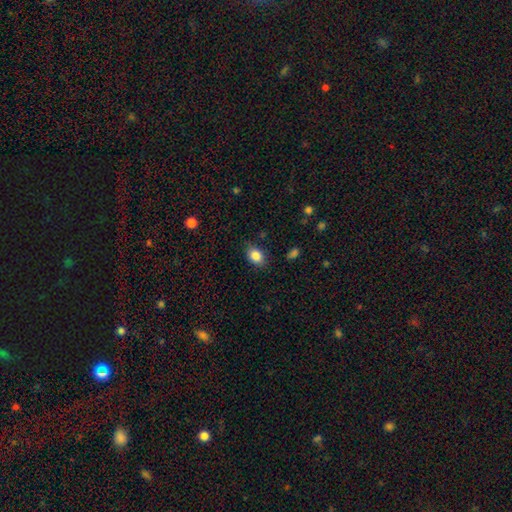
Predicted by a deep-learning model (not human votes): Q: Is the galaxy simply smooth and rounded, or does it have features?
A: smooth — 85%.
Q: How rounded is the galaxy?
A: in between — 77%.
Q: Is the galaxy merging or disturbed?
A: none — 83%.